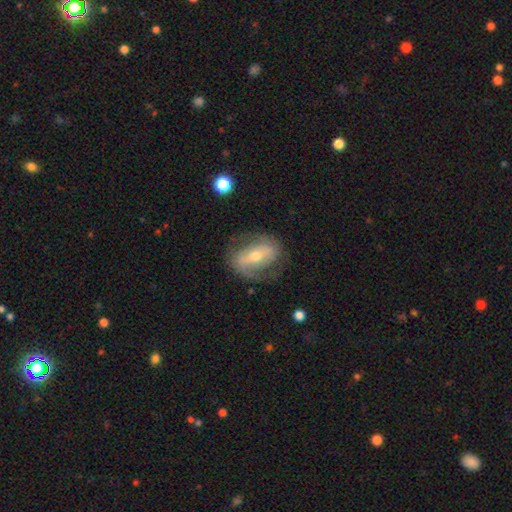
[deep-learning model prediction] This is likely a featured or disk galaxy (69%). It is clearly not viewed edge-on (91%). Bar: possibly strong (51%). Spiral arm pattern: likely yes (62%). Central bulge: possibly moderate (54%). Merging: likely none (67%).